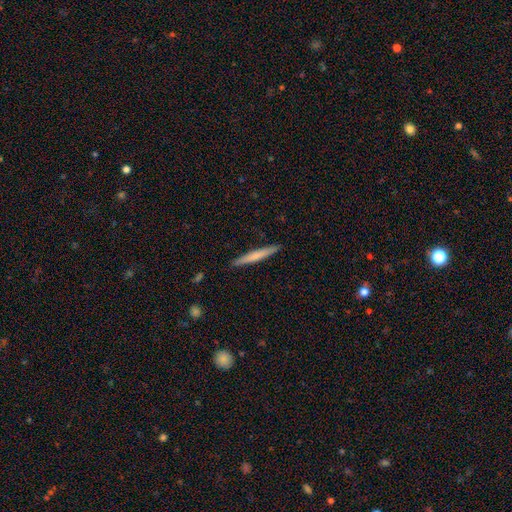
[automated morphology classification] smooth-or-featured: smooth: 63% | featured or disk: 32% | star or artifact: 5%
  how-rounded: cigar-shaped: 96% | in between: 3% | round: 1%
  merging: none: 91% | minor disturbance: 7% | major disturbance: 1% | merger: 1%